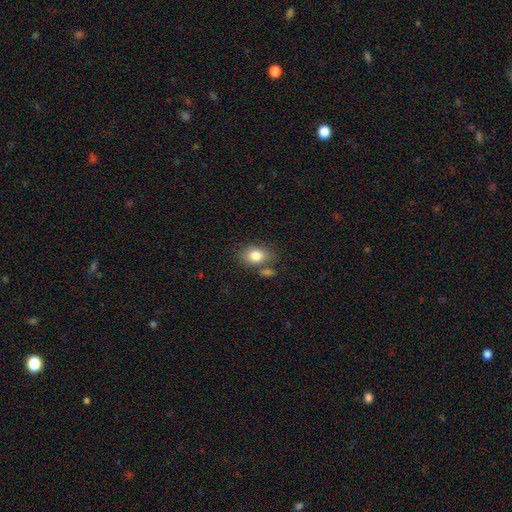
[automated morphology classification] A smooth galaxy with no disk features (81%) that is in between round and cigar-shaped (75%). Merging: none (65%).